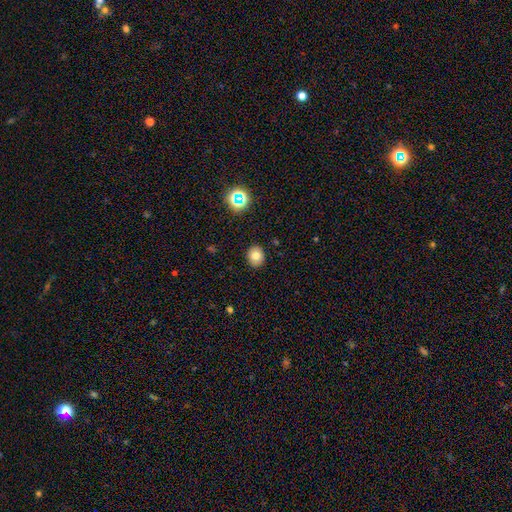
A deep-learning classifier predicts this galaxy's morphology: Q: Smooth or featured?
A: smooth (76%); runner-up: star or artifact (13%)
Q: How rounded?
A: round (63%); runner-up: in between (37%)
Q: Merging?
A: none (89%); runner-up: minor disturbance (8%)